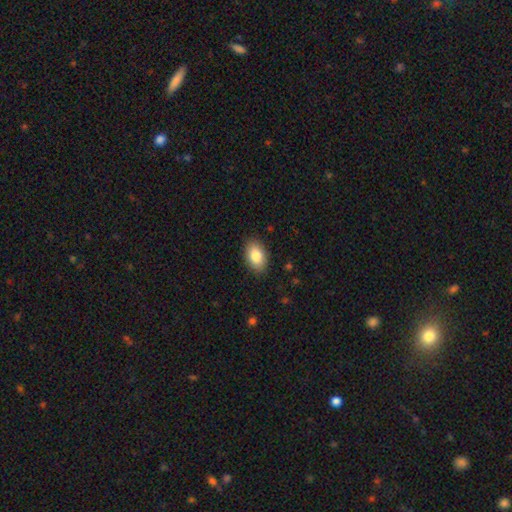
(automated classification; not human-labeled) Q: Smooth or featured?
A: smooth (85%); runner-up: featured or disk (8%)
Q: How rounded?
A: in between (91%); runner-up: round (8%)
Q: Merging?
A: none (88%); runner-up: minor disturbance (9%)